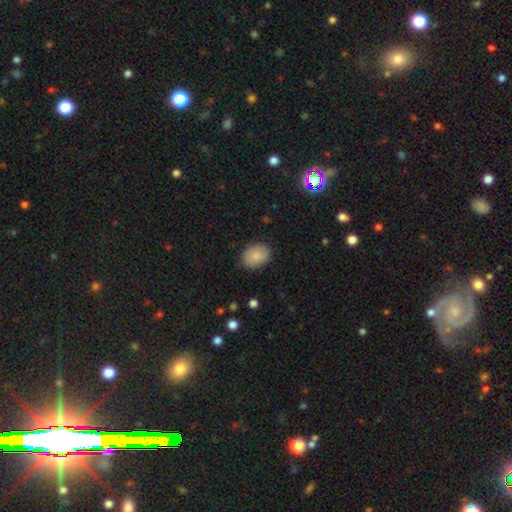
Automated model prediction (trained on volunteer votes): The model was most divided on "how rounded": in between: 70%, round: 29%, cigar-shaped: 1%. More confident: merging — none (86%); smooth or featured — smooth (83%).